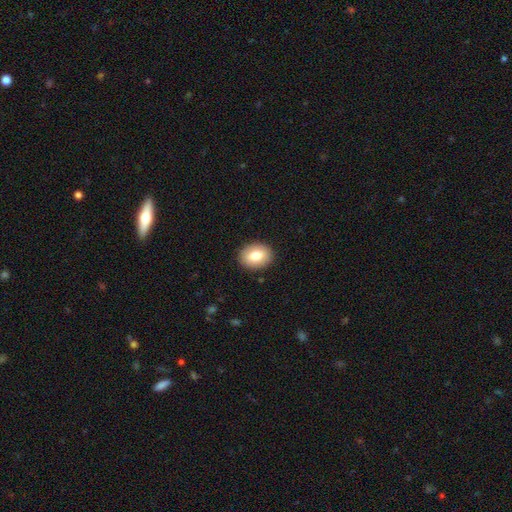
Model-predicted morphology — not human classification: This appears to be a smooth galaxy with no disk features (79%) that is in between round and cigar-shaped (59%). Merging: none (90%).